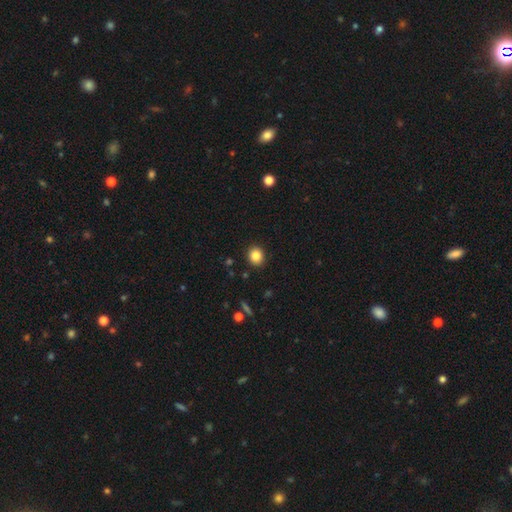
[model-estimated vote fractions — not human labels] A smooth galaxy with no disk features (84%) that is round (77%). Merging: none (91%).